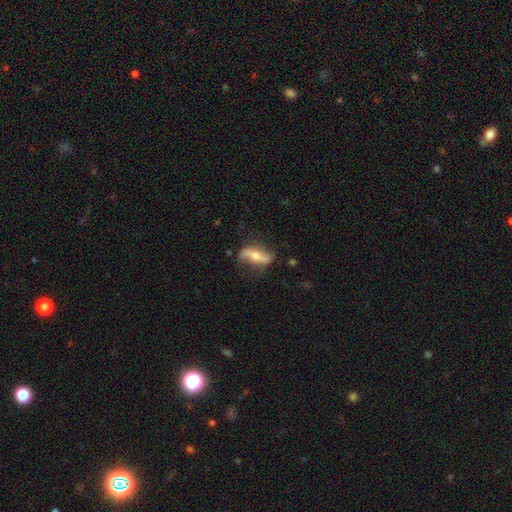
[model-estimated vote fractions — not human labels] Morphology: type=featured or disk (62%); edge-on=no (69%); merging=none (67%).